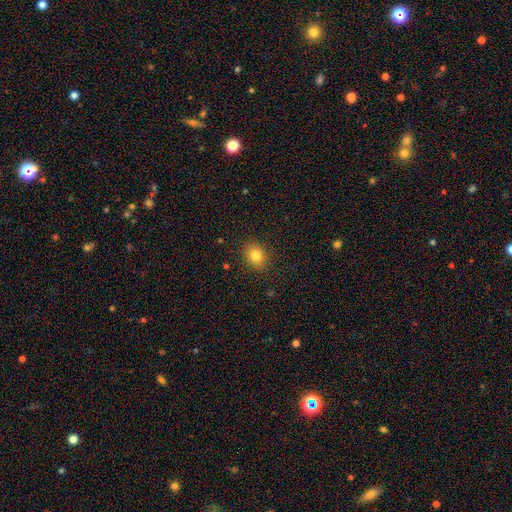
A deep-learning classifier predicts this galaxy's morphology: A smooth galaxy with no disk features (81%) that is round (59%).

Vote fractions:
- Smooth or featured? smooth: 81% / star or artifact: 12% / featured or disk: 7%
- How rounded? round: 59% / in between: 40% / cigar-shaped: 1%
- Merging? none: 89% / minor disturbance: 8% / major disturbance: 2% / merger: 1%